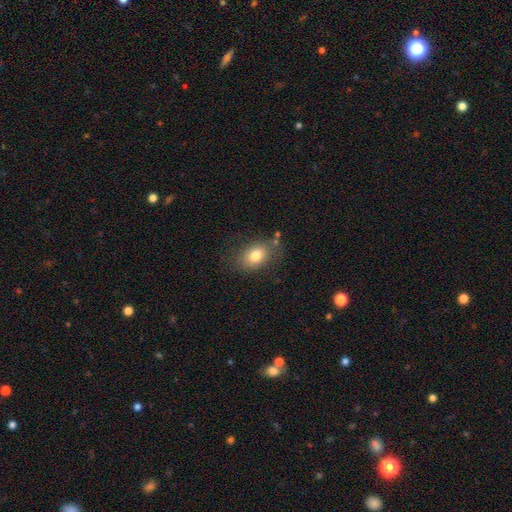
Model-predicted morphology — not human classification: Smooth or featured: smooth — 78% (featured or disk — 12%)
How rounded: in between — 75% (round — 24%)
Merging: none — 73% (minor disturbance — 17%)